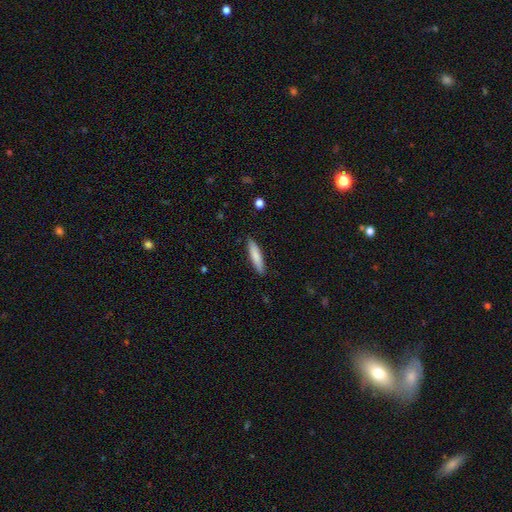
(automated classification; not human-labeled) Overall: smooth (82%). How rounded: cigar-shaped (82%). Merging: none (89%).